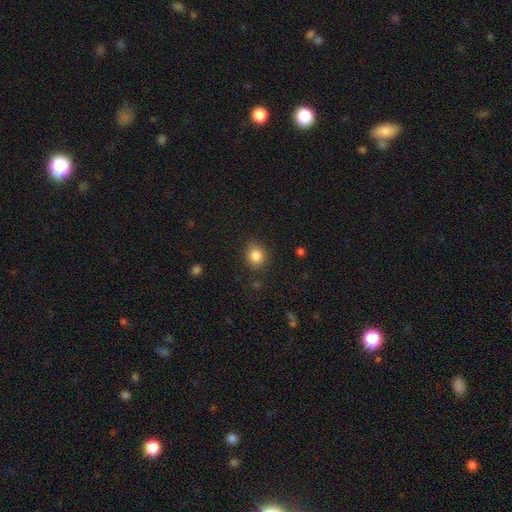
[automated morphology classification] Q: Smooth or featured?
A: smooth (84%); runner-up: star or artifact (10%)
Q: How rounded?
A: round (75%); runner-up: in between (24%)
Q: Merging?
A: none (83%); runner-up: minor disturbance (12%)